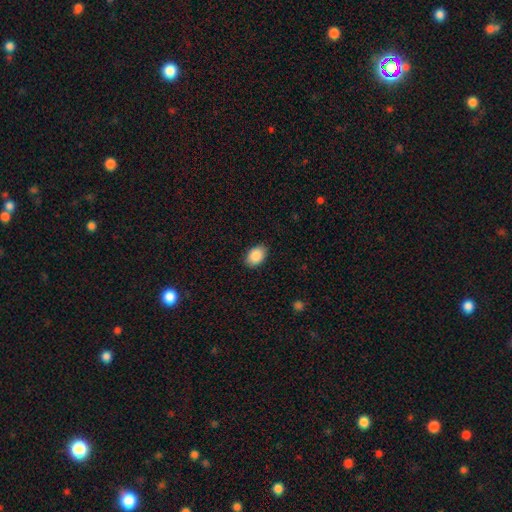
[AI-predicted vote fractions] Morphology: type=smooth (89%); roundness=in between (83%); merging=none (88%).